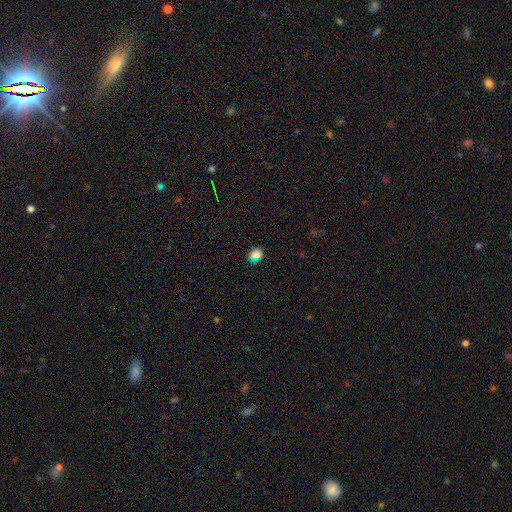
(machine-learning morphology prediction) smooth 72%, star or artifact 22%, featured or disk 6%. Down the decision tree: how rounded — round (59%); merging — none (77%).